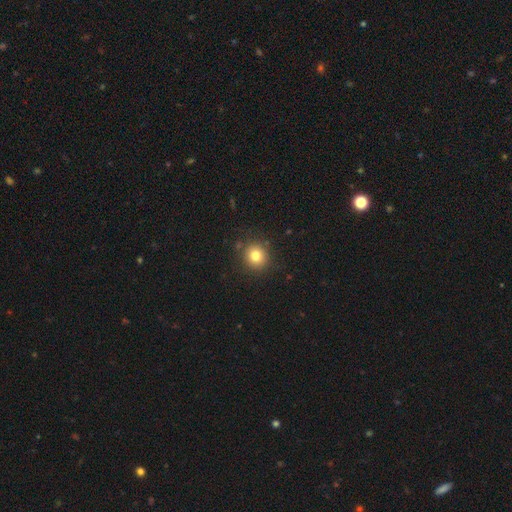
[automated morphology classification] smooth-or-featured: smooth: 80% | star or artifact: 12% | featured or disk: 8%
  how-rounded: round: 89% | in between: 11% | cigar-shaped: 1%
  merging: none: 88% | minor disturbance: 8% | major disturbance: 3% | merger: 2%